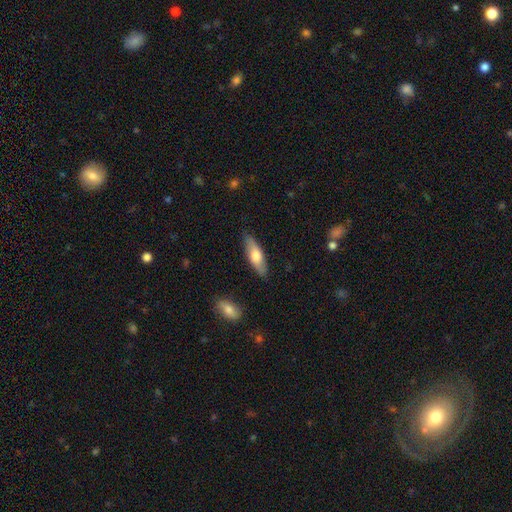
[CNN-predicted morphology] Overall: smooth (61%; featured or disk 34%). How rounded: in between (50%; cigar-shaped 47%). Merging: none (84%).